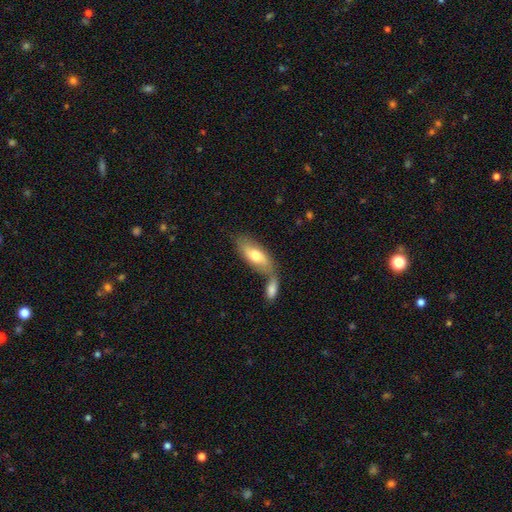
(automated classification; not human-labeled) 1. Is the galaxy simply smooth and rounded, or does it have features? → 65% smooth, 30% featured or disk, 5% star or artifact.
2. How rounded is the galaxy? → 78% in between, 20% cigar-shaped, 2% round.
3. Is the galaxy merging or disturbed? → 43% none, 38% merger, 14% minor disturbance, 5% major disturbance.